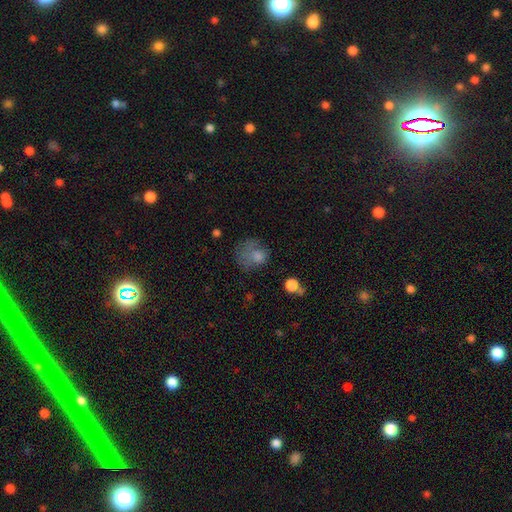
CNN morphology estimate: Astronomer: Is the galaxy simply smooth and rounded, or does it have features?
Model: smooth — 71%.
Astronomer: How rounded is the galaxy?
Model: round — 66%.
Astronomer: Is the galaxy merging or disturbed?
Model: none — 38% (runner-up: major disturbance, 32%).